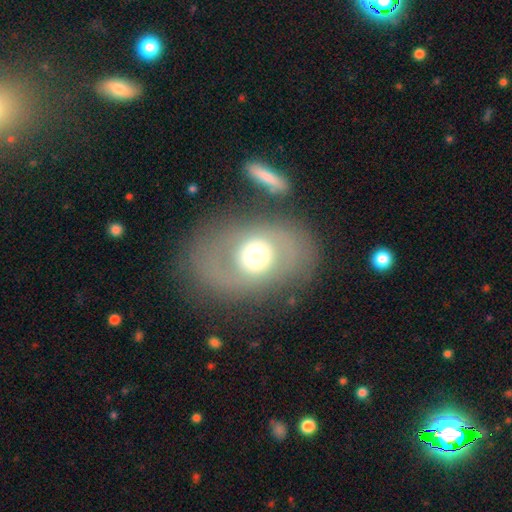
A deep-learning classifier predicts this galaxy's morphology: Smooth or featured: smooth — 48% (featured or disk — 43%)
Merging: none — 74% (minor disturbance — 12%)